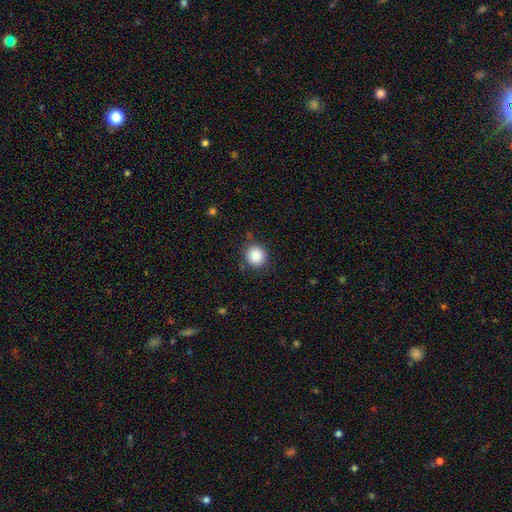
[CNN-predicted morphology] Smooth or featured? smooth (86%)
How rounded? round (90%)
Merging? none (86%)